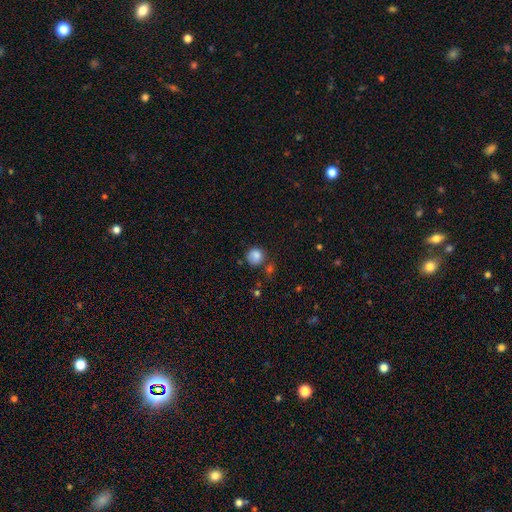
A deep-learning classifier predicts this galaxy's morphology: A smooth galaxy with no disk features (84%) that is round (87%). Merging: none (64%).